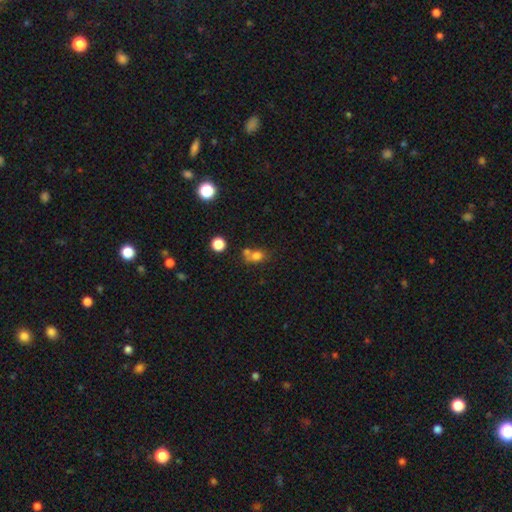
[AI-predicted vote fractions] A smooth galaxy with no disk features (73%) that is round (58%). Merging: none (42%).